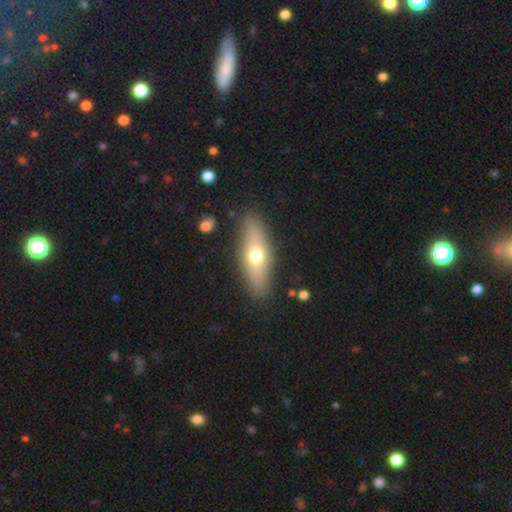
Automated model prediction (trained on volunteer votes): smooth 58%, featured or disk 35%, star or artifact 7%. Down the decision tree: how rounded — in between (51%); merging — none (87%).